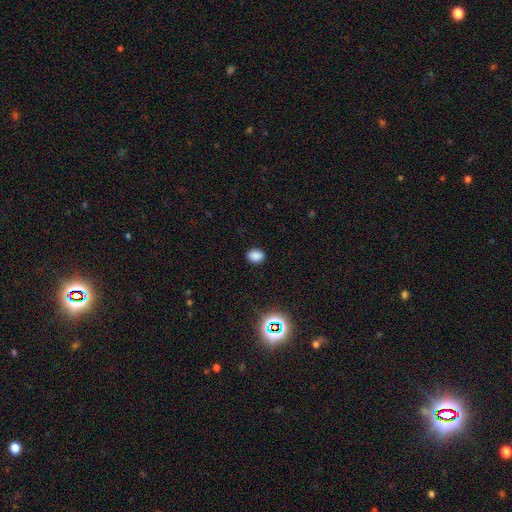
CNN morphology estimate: type=smooth (83%); roundness=in between (64%); merging=none (89%).